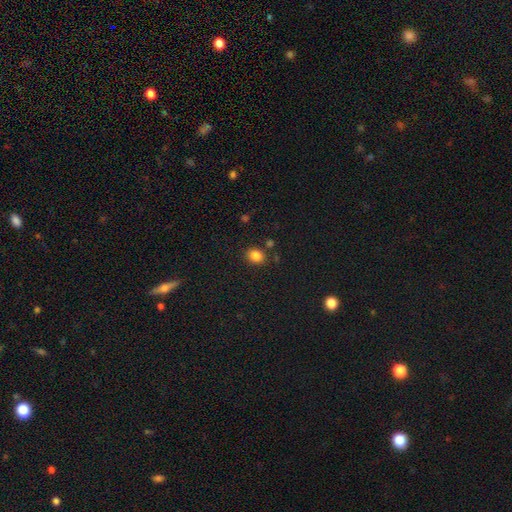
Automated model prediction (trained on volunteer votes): Smooth or featured? smooth (84%)
How rounded? round (61%)
Merging? none (82%)